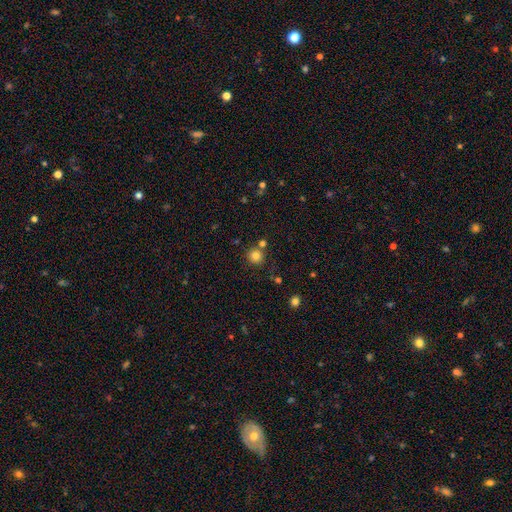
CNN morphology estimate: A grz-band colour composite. It shows a smooth galaxy with no disk features (79%) that is round (92%). Merging: none (76%).